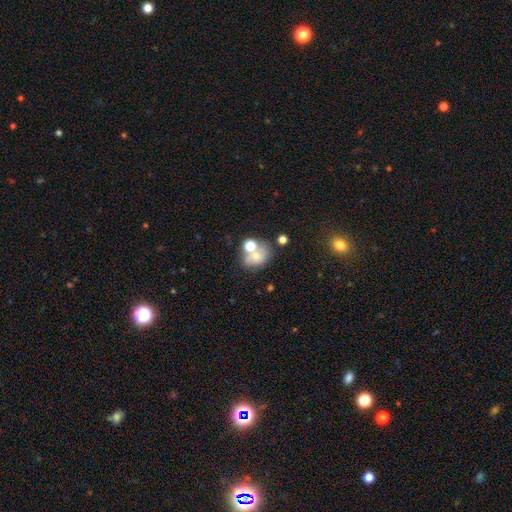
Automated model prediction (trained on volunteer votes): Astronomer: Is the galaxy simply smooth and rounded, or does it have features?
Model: smooth — 63%.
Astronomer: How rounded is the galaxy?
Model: in between — 53% (runner-up: round, 46%).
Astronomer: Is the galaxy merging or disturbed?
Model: none — 41% (runner-up: merger, 36%).